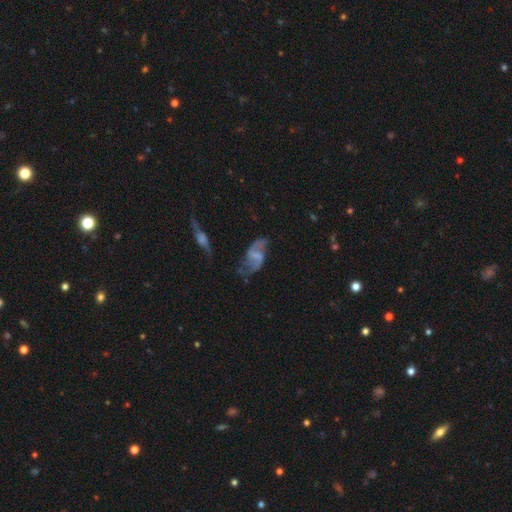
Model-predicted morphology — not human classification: A featured or disk galaxy (78%) with a weak bar (50%), 2 (89%) loose (69%) spiral arms (89%) and no central bulge (55%). Merging: none (57%).